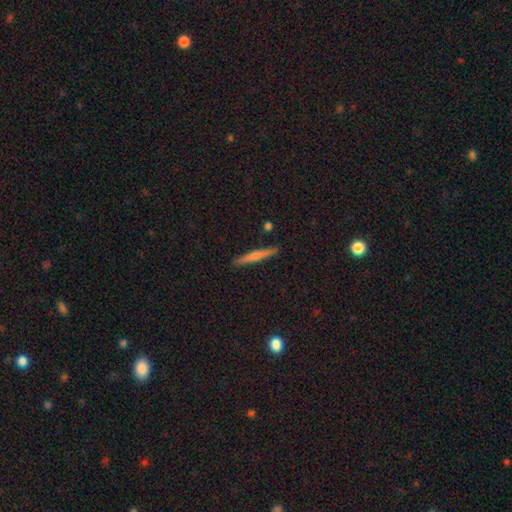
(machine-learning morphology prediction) Smooth or featured?
  - smooth: 50% *
  - featured or disk: 43%
  - star or artifact: 6%
How rounded?
  - cigar-shaped: 95% *
  - in between: 4%
  - round: 2%
Merging?
  - none: 91% *
  - minor disturbance: 7%
  - merger: 1%
  - major disturbance: 1%